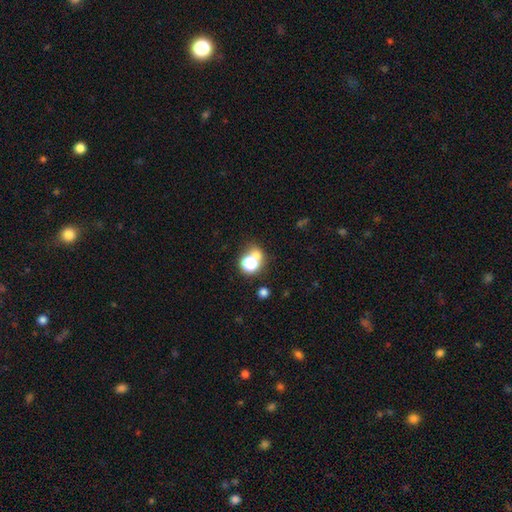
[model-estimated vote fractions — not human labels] Smooth or featured? Predicted: smooth (p=0.66). How rounded? Predicted: round (p=0.73). Merging? Predicted: none (p=0.45).